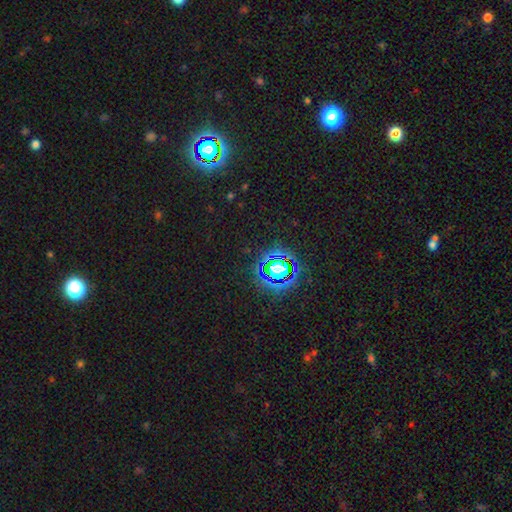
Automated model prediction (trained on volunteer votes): Q: Smooth or featured?
A: star or artifact (80%); runner-up: smooth (13%)